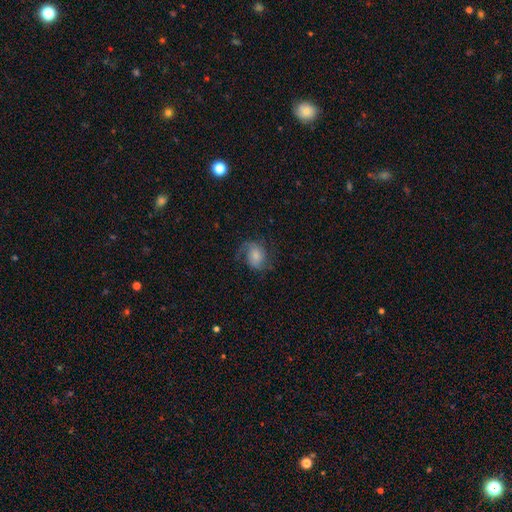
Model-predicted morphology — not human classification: This is possibly a featured or disk galaxy (58%). It is clearly not viewed edge-on (97%). Bar: likely no (65%). Spiral arm pattern: clearly yes (91%). Spiral arm count: likely 2 (63%). Spiral winding: marginally medium (42%). Central bulge: marginally small (38%). Merging: possibly none (59%).